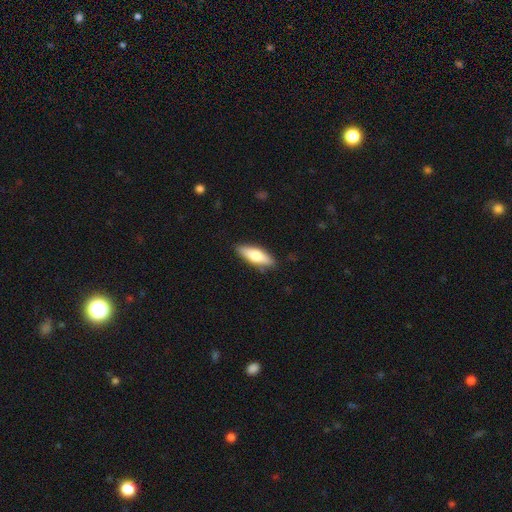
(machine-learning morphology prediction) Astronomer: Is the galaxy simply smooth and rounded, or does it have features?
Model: smooth — 67%.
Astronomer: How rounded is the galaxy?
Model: in between — 54% (runner-up: cigar-shaped, 44%).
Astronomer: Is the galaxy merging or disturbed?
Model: none — 85%.